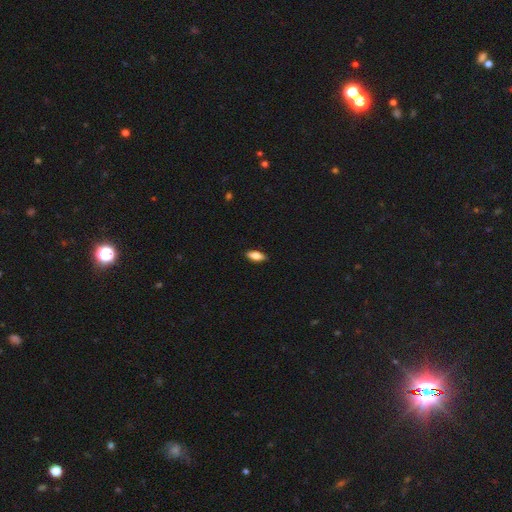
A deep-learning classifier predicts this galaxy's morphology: Smooth or featured? Predicted: smooth (p=0.77). How rounded? Predicted: in between (p=0.78). Merging? Predicted: none (p=0.88).